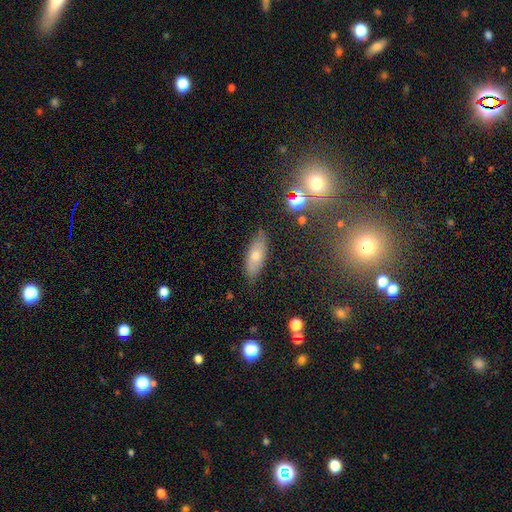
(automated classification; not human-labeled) This is likely a smooth galaxy (67%). How rounded: likely in between (73%). Merging: clearly none (81%).